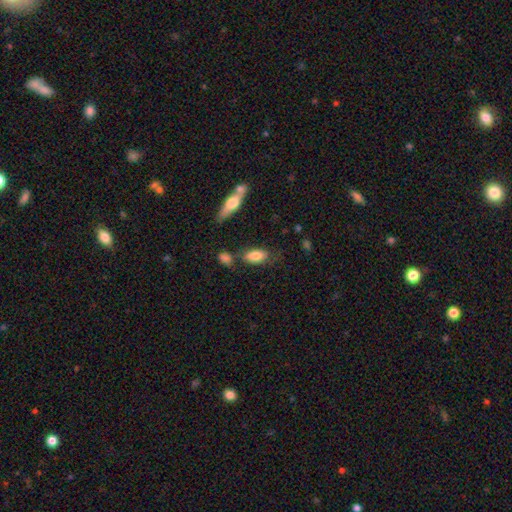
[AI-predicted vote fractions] Smooth or featured? smooth (79%)
How rounded? in between (86%)
Merging? none (65%)